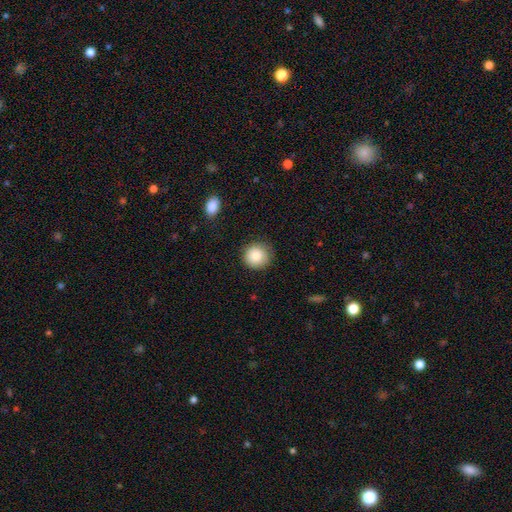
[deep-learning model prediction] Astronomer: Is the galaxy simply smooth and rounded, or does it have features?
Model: smooth — 85%.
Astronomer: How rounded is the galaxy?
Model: round — 93%.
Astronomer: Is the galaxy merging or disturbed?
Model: none — 85%.